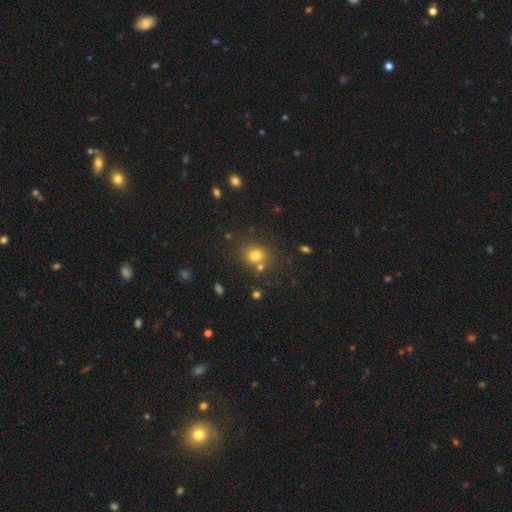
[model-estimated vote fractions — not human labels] This is likely a smooth galaxy (76%). How rounded: likely round (65%). Merging: likely none (69%).